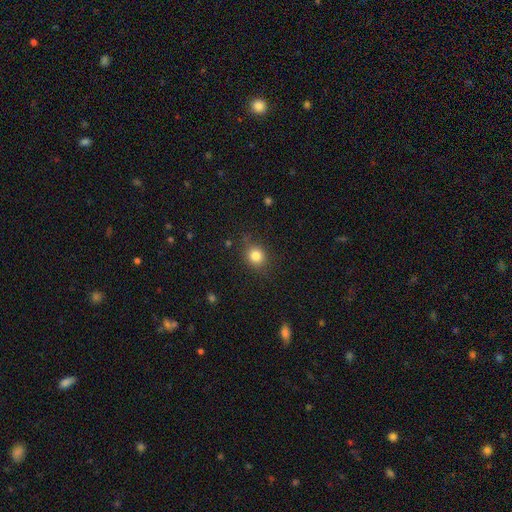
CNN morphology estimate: Smooth or featured?
  - smooth: 82% *
  - star or artifact: 12%
  - featured or disk: 7%
How rounded?
  - round: 79% *
  - in between: 20%
  - cigar-shaped: 1%
Merging?
  - none: 82% *
  - minor disturbance: 13%
  - major disturbance: 4%
  - merger: 2%